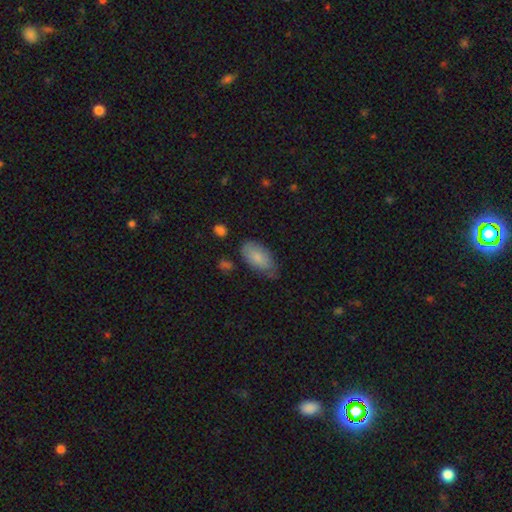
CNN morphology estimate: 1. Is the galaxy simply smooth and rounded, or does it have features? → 81% smooth, 13% featured or disk, 6% star or artifact.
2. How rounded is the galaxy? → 94% in between, 4% cigar-shaped, 3% round.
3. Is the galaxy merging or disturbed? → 61% none, 29% minor disturbance, 6% major disturbance, 3% merger.